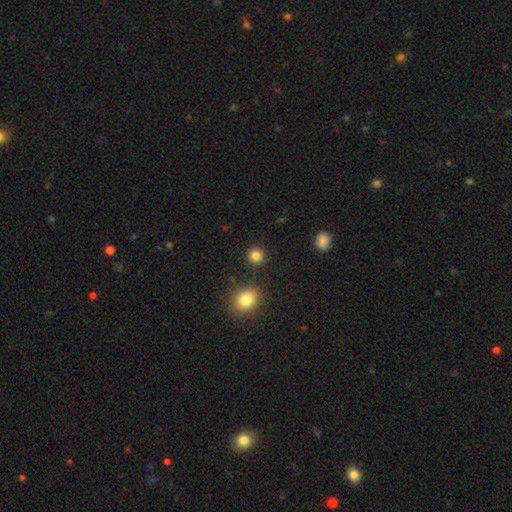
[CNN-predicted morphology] Smooth or featured?
  - smooth: 85% *
  - star or artifact: 12%
  - featured or disk: 4%
How rounded?
  - round: 91% *
  - in between: 8%
  - cigar-shaped: 1%
Merging?
  - none: 89% *
  - minor disturbance: 6%
  - merger: 3%
  - major disturbance: 2%